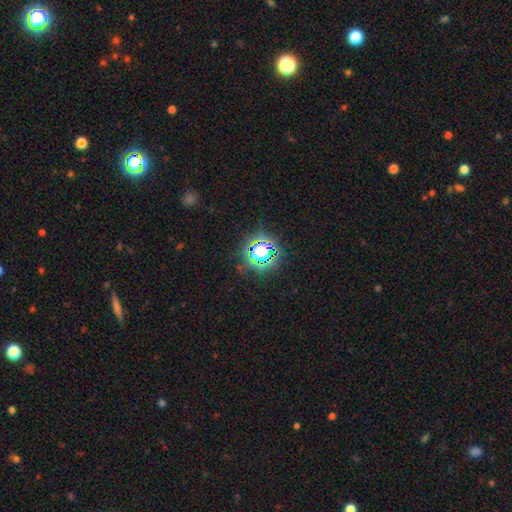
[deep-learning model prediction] Smooth or featured?
  - star or artifact: 63% *
  - smooth: 26%
  - featured or disk: 11%